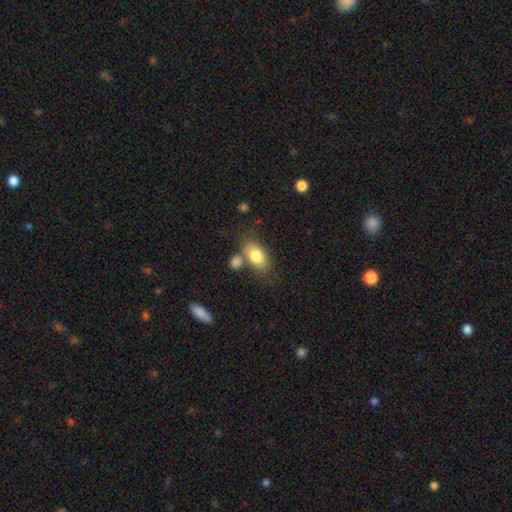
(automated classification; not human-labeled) smooth 80%, featured or disk 12%, star or artifact 8%. Down the decision tree: how rounded — in between (85%); merging — none (56%).